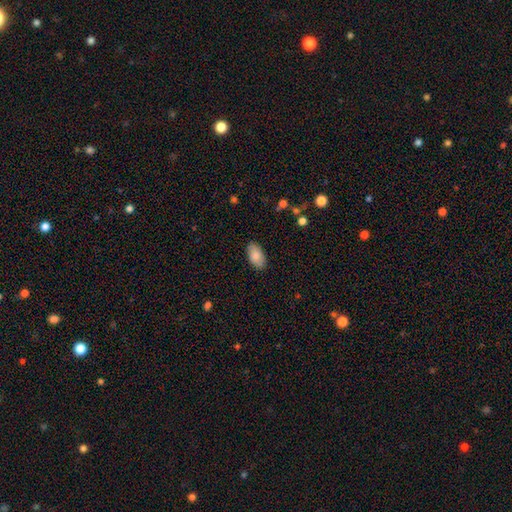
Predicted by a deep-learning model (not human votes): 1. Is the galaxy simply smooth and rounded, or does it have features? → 87% smooth, 7% featured or disk, 7% star or artifact.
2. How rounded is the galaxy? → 95% in between, 3% round, 2% cigar-shaped.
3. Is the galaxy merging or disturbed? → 87% none, 9% minor disturbance, 2% major disturbance, 1% merger.